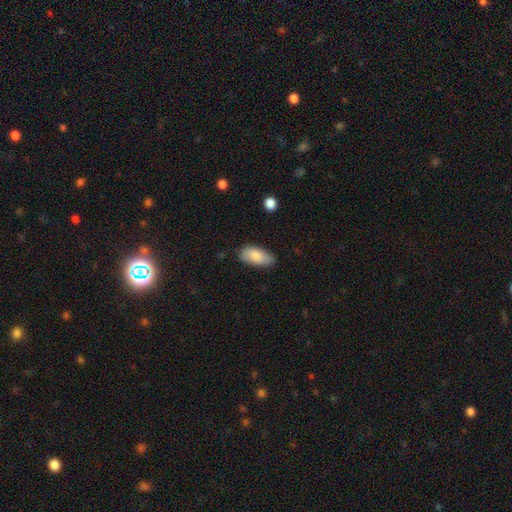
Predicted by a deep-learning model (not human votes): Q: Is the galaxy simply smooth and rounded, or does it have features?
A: smooth — 83%.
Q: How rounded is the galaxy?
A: in between — 91%.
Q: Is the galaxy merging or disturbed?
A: none — 77%.